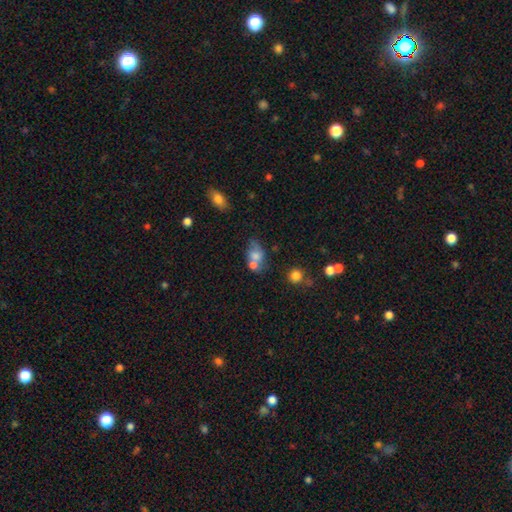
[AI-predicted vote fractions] The model was most divided on "merging": merger: 49%, none: 27%, minor disturbance: 14%, major disturbance: 10%. More confident: how rounded — in between (72%); smooth or featured — smooth (63%).